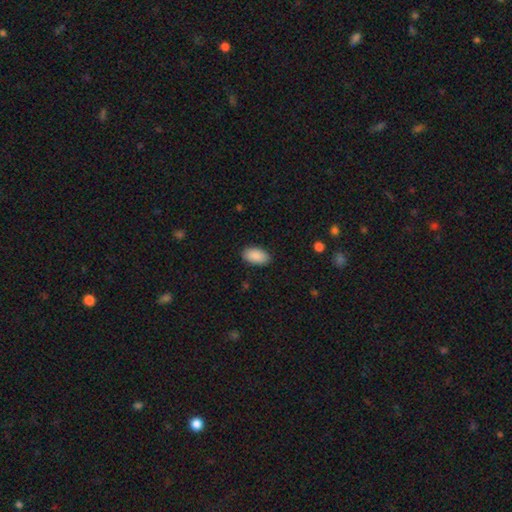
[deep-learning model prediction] Smooth or featured: smooth — 90% (star or artifact — 6%)
How rounded: in between — 95% (round — 3%)
Merging: none — 88% (minor disturbance — 9%)